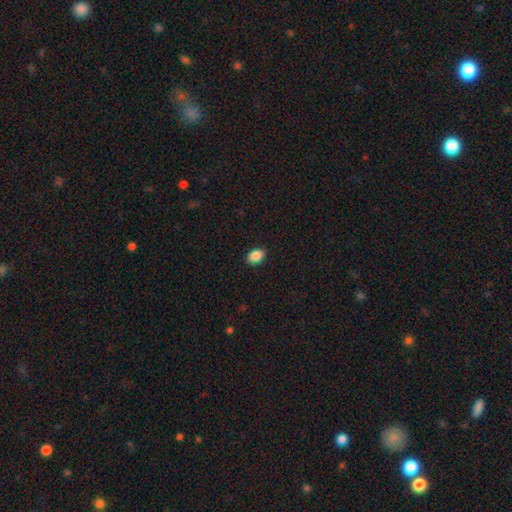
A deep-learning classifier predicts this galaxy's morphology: The model was most divided on "how rounded": in between: 76%, round: 23%, cigar-shaped: 1%. More confident: merging — none (89%); smooth or featured — smooth (89%).